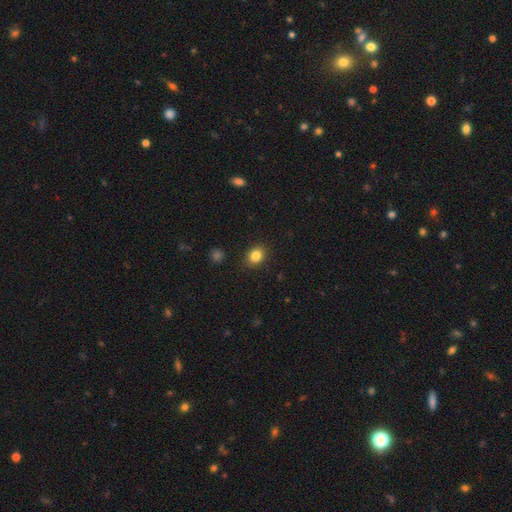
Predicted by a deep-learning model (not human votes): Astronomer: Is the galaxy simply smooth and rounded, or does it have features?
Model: smooth — 84%.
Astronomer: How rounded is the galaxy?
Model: round — 55% (runner-up: in between, 44%).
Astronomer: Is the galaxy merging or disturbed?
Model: none — 88%.